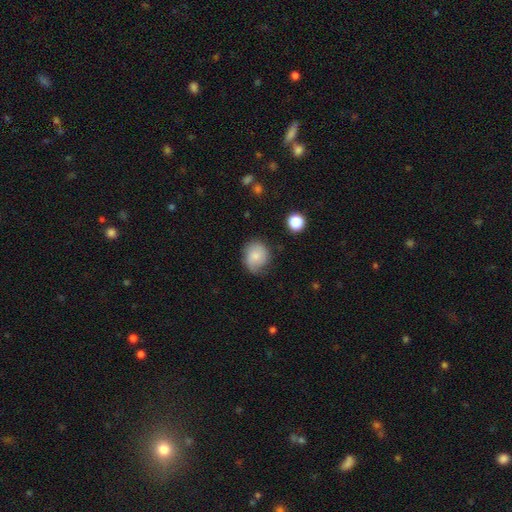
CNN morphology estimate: Overall: smooth (68%). How rounded: round (68%; in between 31%). Merging: none (61%; minor disturbance 28%).